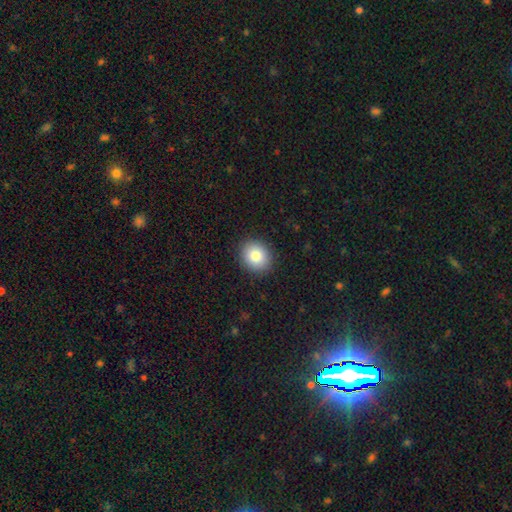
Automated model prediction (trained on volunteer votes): smooth_or_featured: smooth (p=0.84) [alt: star or artifact p=0.09]
how_rounded: round (p=0.69) [alt: in between p=0.30]
merging: none (p=0.90) [alt: minor disturbance p=0.07]